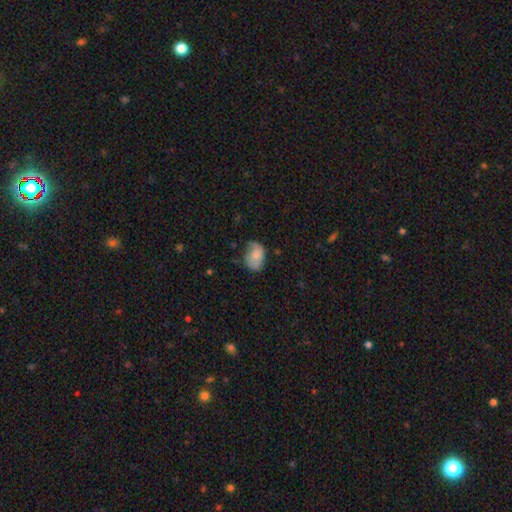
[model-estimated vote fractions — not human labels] smooth-or-featured: smooth: 70% | featured or disk: 23% | star or artifact: 7%
  how-rounded: in between: 80% | round: 19% | cigar-shaped: 1%
  merging: none: 55% | minor disturbance: 33% | major disturbance: 10% | merger: 2%